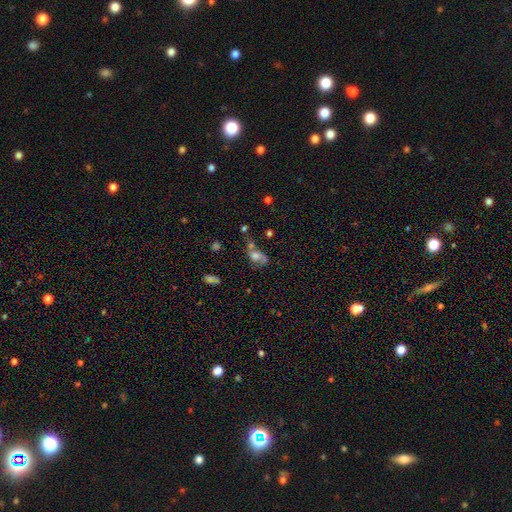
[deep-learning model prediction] This appears to be a smooth galaxy with no disk features (51%) that is in between round and cigar-shaped (67%). Merging: merger (35%).